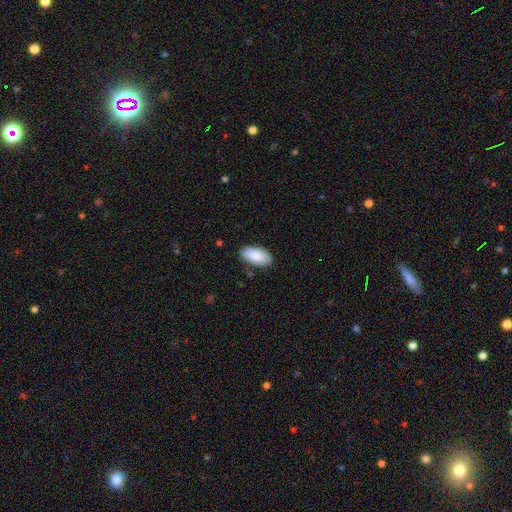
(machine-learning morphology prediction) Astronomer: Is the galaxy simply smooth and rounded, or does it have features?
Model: smooth — 89%.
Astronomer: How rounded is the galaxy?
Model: in between — 94%.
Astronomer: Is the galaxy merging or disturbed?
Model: none — 85%.